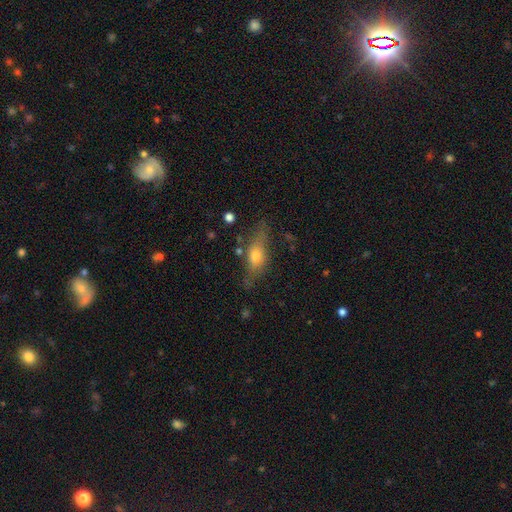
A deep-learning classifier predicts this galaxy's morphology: type=smooth (53%); roundness=in between (55%); merging=none (68%).